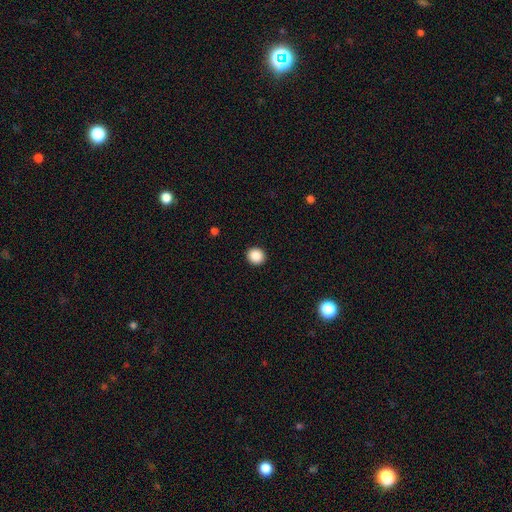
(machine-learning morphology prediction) A smooth galaxy with no disk features (88%) that is round (87%). Merging: none (93%).